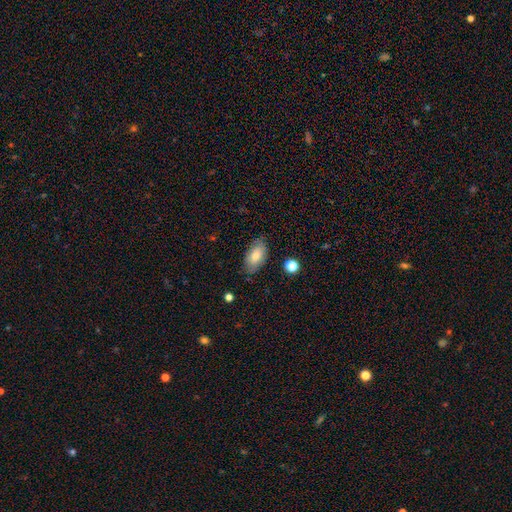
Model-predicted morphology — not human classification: This is likely a smooth galaxy (77%). How rounded: clearly in between (92%). Merging: likely none (79%).